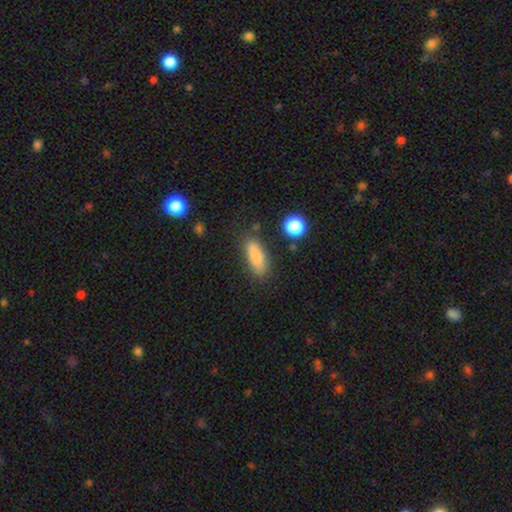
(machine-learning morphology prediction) A smooth galaxy with no disk features (81%) that is in between round and cigar-shaped (61%). Merging: none (80%).